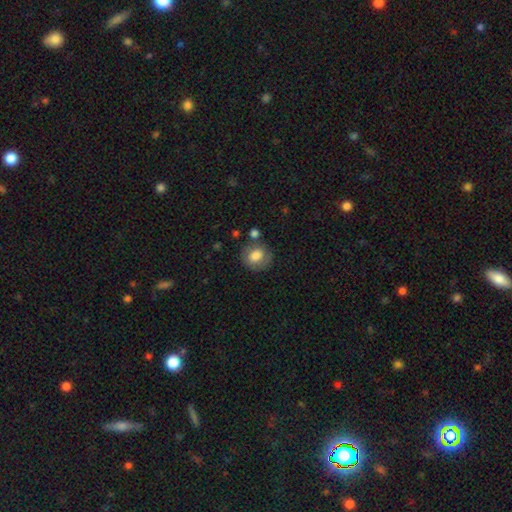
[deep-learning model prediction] smooth-or-featured: smooth: 75% | featured or disk: 17% | star or artifact: 8%
  how-rounded: round: 66% | in between: 33% | cigar-shaped: 1%
  merging: none: 70% | minor disturbance: 17% | merger: 7% | major disturbance: 6%